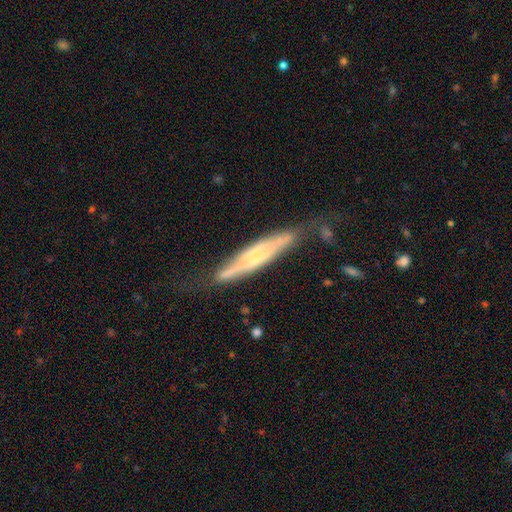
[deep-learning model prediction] This appears to be a featured or disk galaxy (61%) viewed edge-on (79%). Merging: none (57%).